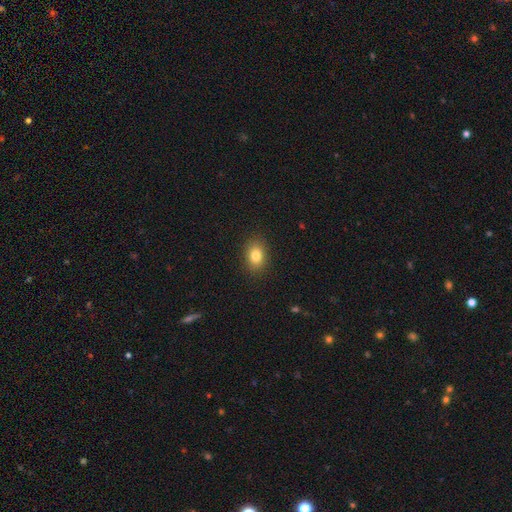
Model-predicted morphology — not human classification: Smooth or featured? smooth (82%)
How rounded? in between (71%)
Merging? none (89%)